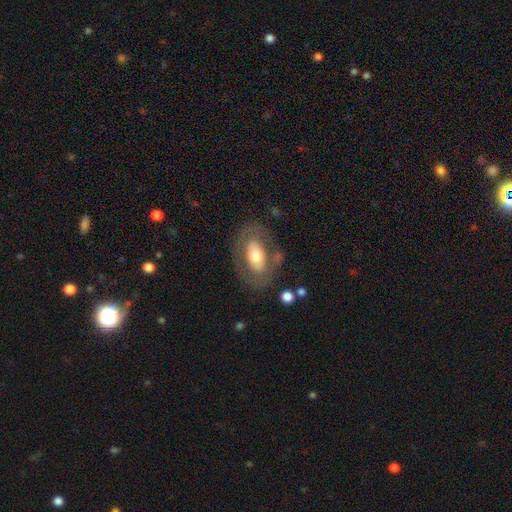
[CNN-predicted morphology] A featured or disk galaxy (47%, tied with smooth). Merging: none (71%).